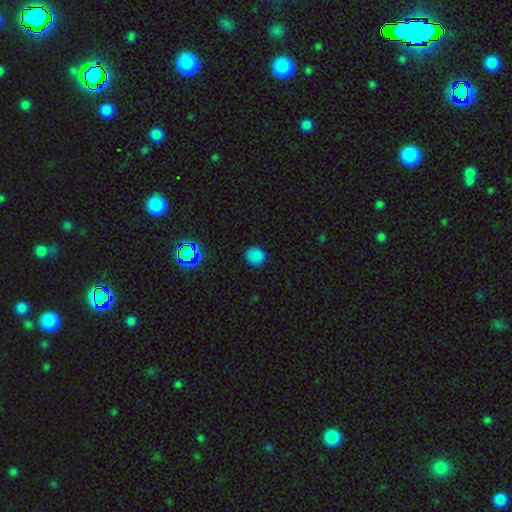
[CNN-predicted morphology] Smooth or featured?
  - smooth: 80% *
  - star or artifact: 16%
  - featured or disk: 4%
How rounded?
  - round: 86% *
  - in between: 13%
  - cigar-shaped: 1%
Merging?
  - none: 88% *
  - minor disturbance: 9%
  - major disturbance: 2%
  - merger: 1%